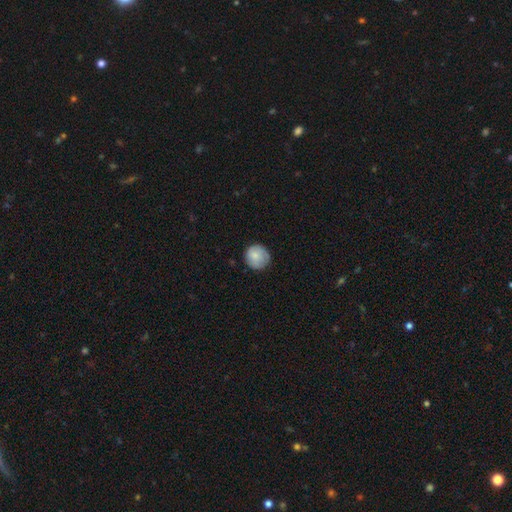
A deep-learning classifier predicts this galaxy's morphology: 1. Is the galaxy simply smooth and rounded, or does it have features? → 79% smooth, 14% featured or disk, 7% star or artifact.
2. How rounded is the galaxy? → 92% round, 7% in between, 1% cigar-shaped.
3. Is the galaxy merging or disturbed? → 80% none, 16% minor disturbance, 3% major disturbance, 1% merger.